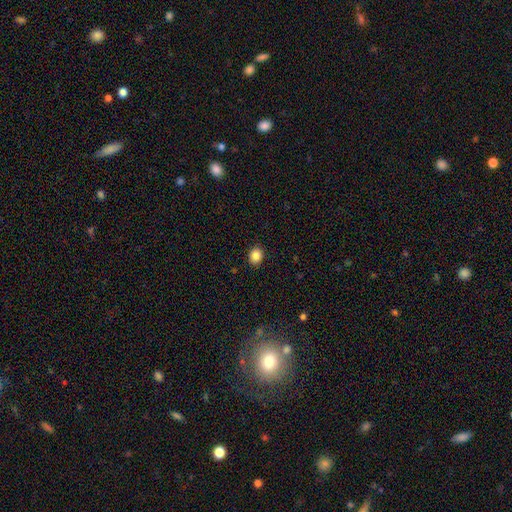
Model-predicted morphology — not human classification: The model was most divided on "how rounded": round: 63%, in between: 36%, cigar-shaped: 1%. More confident: merging — none (91%); smooth or featured — smooth (86%).